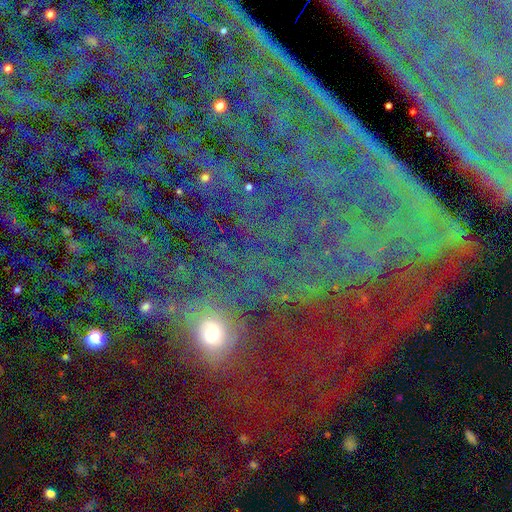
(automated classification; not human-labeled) Q: Smooth or featured?
A: star or artifact (65%); runner-up: smooth (20%)